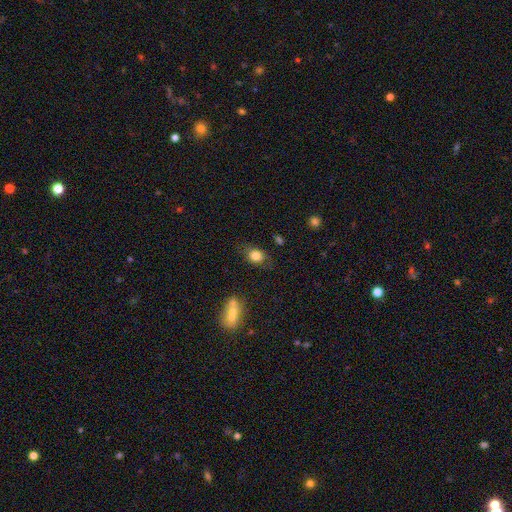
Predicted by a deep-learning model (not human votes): Q: Smooth or featured?
A: smooth (82%); runner-up: star or artifact (9%)
Q: How rounded?
A: in between (53%); runner-up: round (45%)
Q: Merging?
A: none (73%); runner-up: minor disturbance (19%)